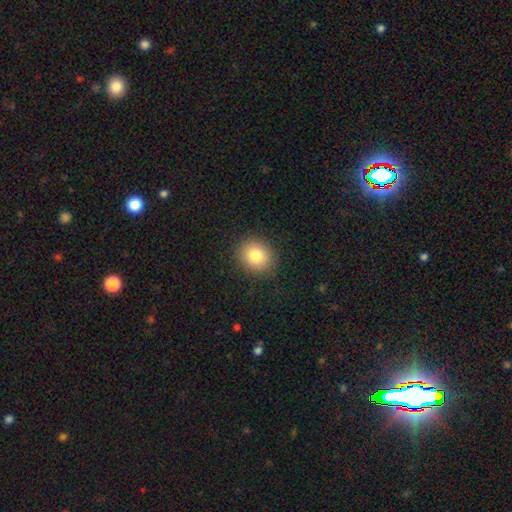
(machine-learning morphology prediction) Smooth or featured? Predicted: smooth (p=0.82). How rounded? Predicted: round (p=0.81). Merging? Predicted: none (p=0.89).